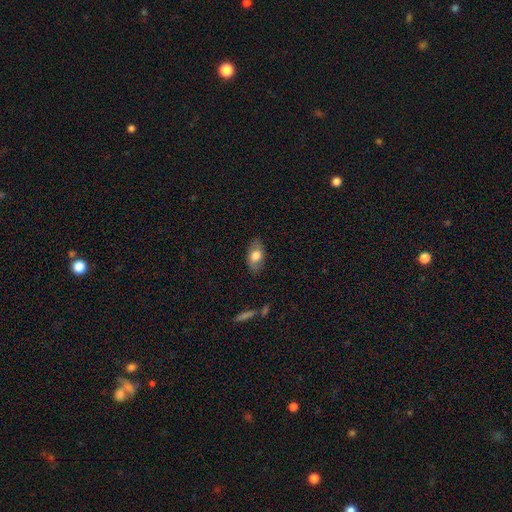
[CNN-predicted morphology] A smooth galaxy with no disk features (71%) that is in between round and cigar-shaped (91%). Merging: none (82%).